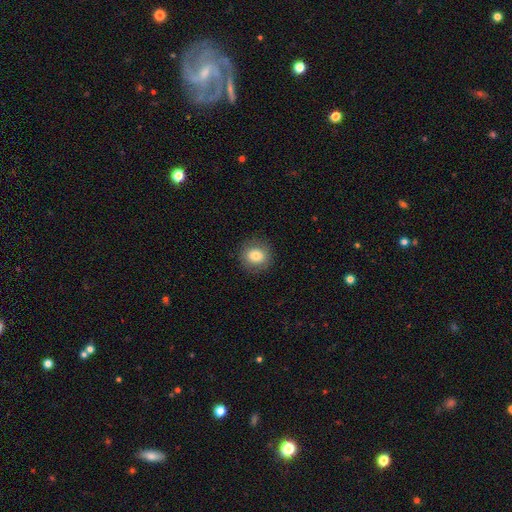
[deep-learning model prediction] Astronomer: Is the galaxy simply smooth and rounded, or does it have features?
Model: smooth — 81%.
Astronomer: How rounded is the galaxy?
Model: round — 86%.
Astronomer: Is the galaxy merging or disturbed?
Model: none — 89%.